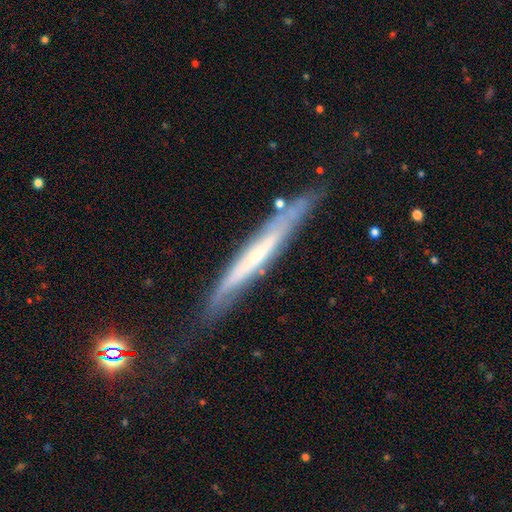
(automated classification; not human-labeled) Q: Smooth or featured?
A: featured or disk (64%); runner-up: smooth (29%)
Q: Edge-on disk?
A: yes (86%); runner-up: no (14%)
Q: Edge-on bulge?
A: none (70%); runner-up: rounded (23%)
Q: Merging?
A: none (76%); runner-up: minor disturbance (18%)